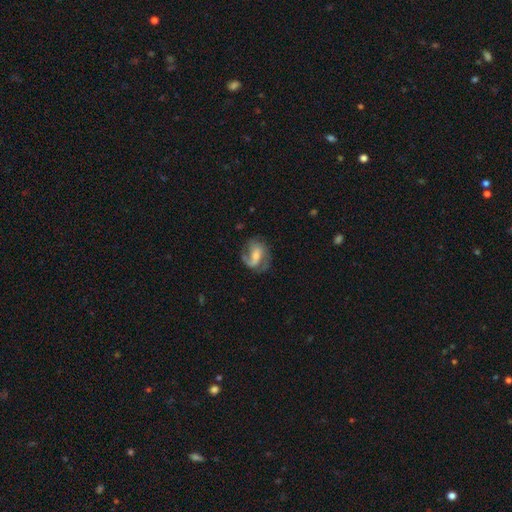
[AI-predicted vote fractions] A featured or disk galaxy (73%) with a weak bar (45%), 2 (64%) medium (46%) spiral arms (91%) and a moderate central bulge (43%).

Vote fractions:
- Smooth or featured? featured or disk: 73% / smooth: 21% / star or artifact: 7%
- Edge-on disk? no: 97% / yes: 3%
- Bar? weak: 45% / no: 33% / strong: 22%
- Spiral arms? yes: 91% / no: 9%
- Spiral winding? medium: 46% / loose: 28% / tight: 25%
- Spiral arm count? 2: 64% / 1: 15% / can't tell: 11% / 3: 7% / 4: 2% / more than 4: 2%
- Bulge size? moderate: 43% / small: 39% / none: 8% / large: 8% / dominant: 2%
- Merging? none: 61% / minor disturbance: 21% / major disturbance: 16% / merger: 2%